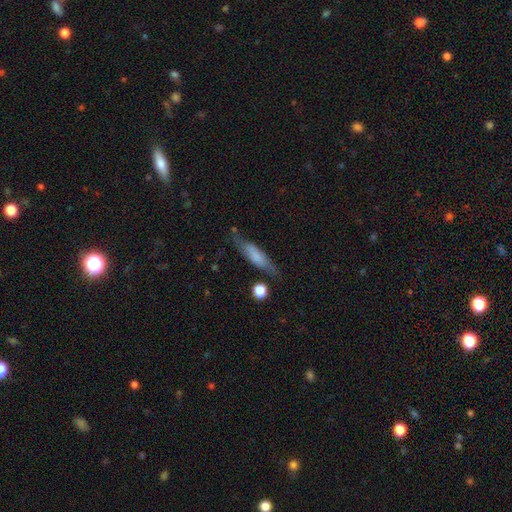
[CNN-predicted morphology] Smooth or featured? Predicted: smooth (p=0.61). How rounded? Predicted: cigar-shaped (p=0.70). Merging? Predicted: none (p=0.70).